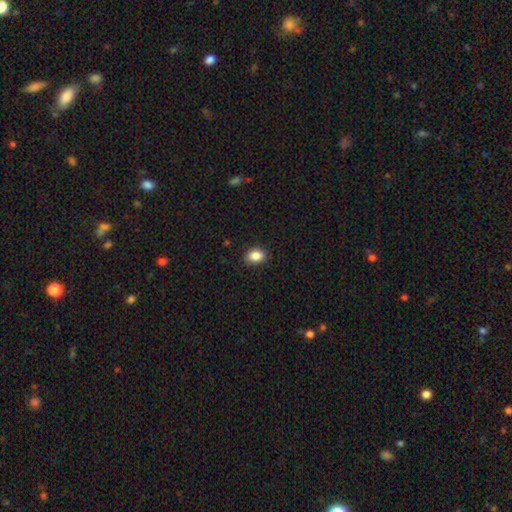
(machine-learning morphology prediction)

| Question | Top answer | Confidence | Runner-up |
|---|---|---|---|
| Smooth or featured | smooth | 87% | star or artifact (8%) |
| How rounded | in between | 80% | round (19%) |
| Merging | none | 87% | minor disturbance (10%) |